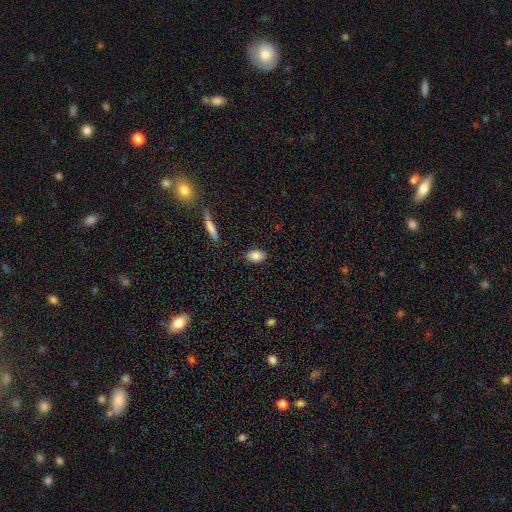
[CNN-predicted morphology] A smooth galaxy with no disk features (87%) that is in between round and cigar-shaped (86%).

Vote fractions:
- Smooth or featured? smooth: 87% / star or artifact: 8% / featured or disk: 6%
- How rounded? in between: 86% / round: 12% / cigar-shaped: 2%
- Merging? none: 85% / minor disturbance: 10% / major disturbance: 3% / merger: 2%